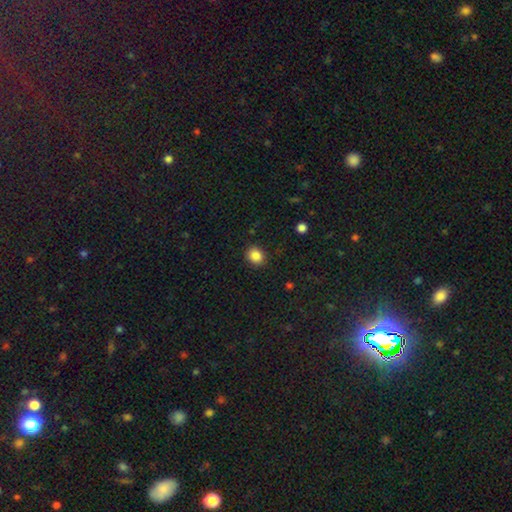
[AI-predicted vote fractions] smooth-or-featured: smooth: 86% | star or artifact: 10% | featured or disk: 4%
  how-rounded: round: 71% | in between: 28% | cigar-shaped: 1%
  merging: none: 88% | minor disturbance: 8% | major disturbance: 2% | merger: 1%